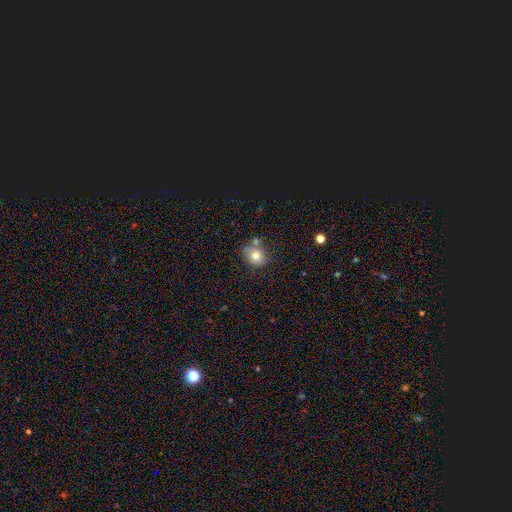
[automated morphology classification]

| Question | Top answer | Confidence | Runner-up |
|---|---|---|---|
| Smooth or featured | smooth | 76% | featured or disk (14%) |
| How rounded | round | 54% | in between (45%) |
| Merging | none | 61% | minor disturbance (20%) |